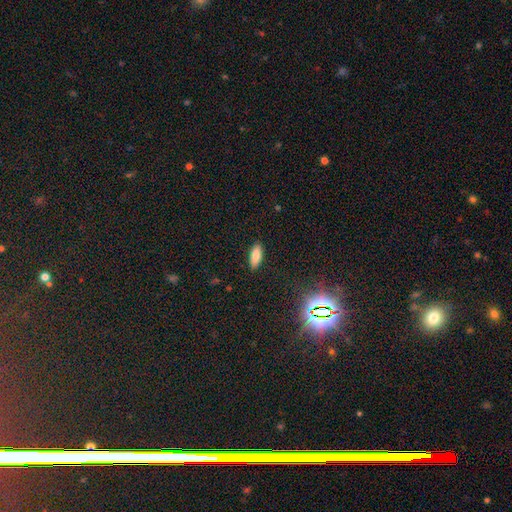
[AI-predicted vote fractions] Smooth or featured?
  - smooth: 81% *
  - featured or disk: 10%
  - star or artifact: 9%
How rounded?
  - in between: 77% *
  - cigar-shaped: 21%
  - round: 2%
Merging?
  - none: 89% *
  - minor disturbance: 8%
  - major disturbance: 2%
  - merger: 1%